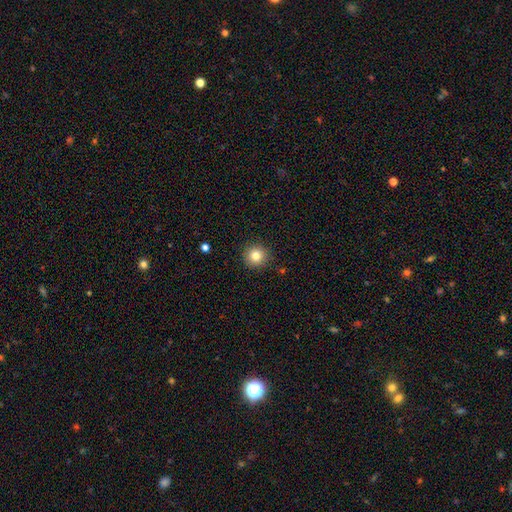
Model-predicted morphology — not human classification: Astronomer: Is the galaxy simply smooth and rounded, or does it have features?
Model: smooth — 81%.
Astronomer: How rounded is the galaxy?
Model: round — 95%.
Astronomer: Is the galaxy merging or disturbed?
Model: none — 90%.